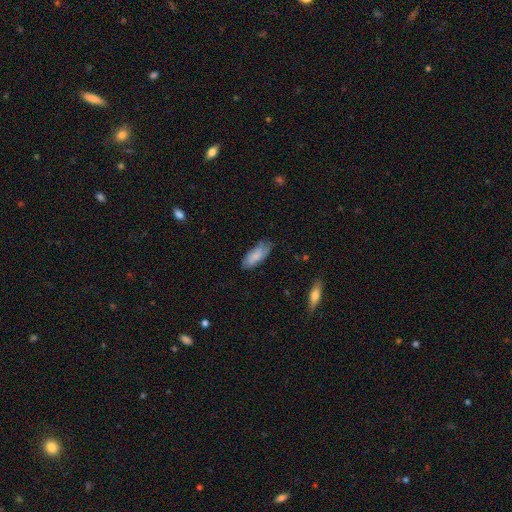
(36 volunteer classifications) smooth 89%, featured or disk 8%, star or artifact 3%. Down the decision tree: how rounded — in between (84%); merging — none (51%).